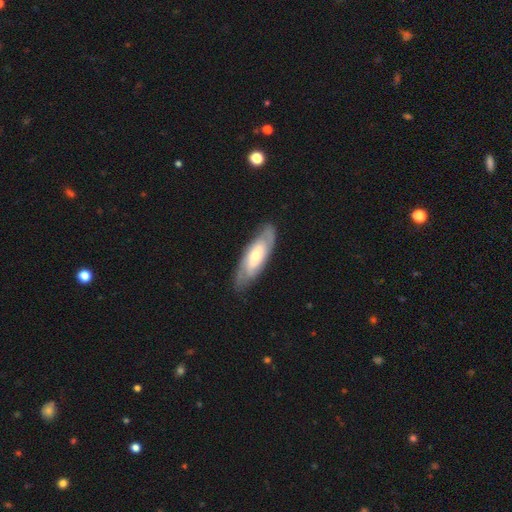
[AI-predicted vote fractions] featured or disk 69%, smooth 26%, star or artifact 6%. Down the decision tree: edge-on disk — no (81%); bar — no (62%); spiral arms — yes (83%); bulge size — moderate (50%); merging — none (82%).